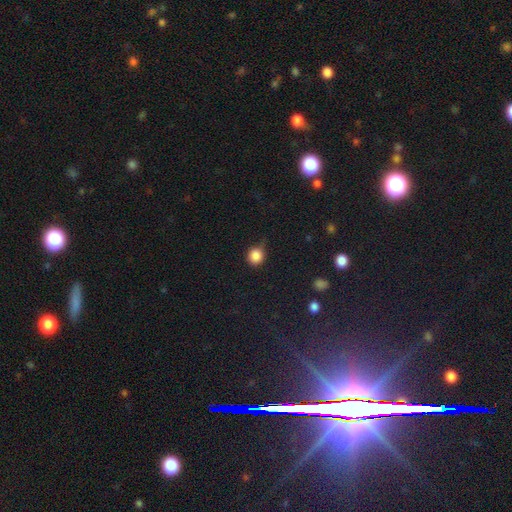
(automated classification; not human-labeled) A smooth galaxy with no disk features (85%) that is round (87%). Merging: none (70%).